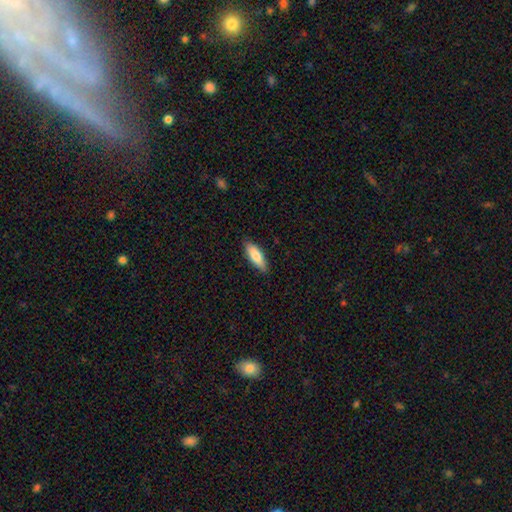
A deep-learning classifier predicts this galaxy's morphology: Smooth or featured: smooth — 80% (featured or disk — 14%)
How rounded: in between — 61% (cigar-shaped — 37%)
Merging: none — 87% (minor disturbance — 10%)